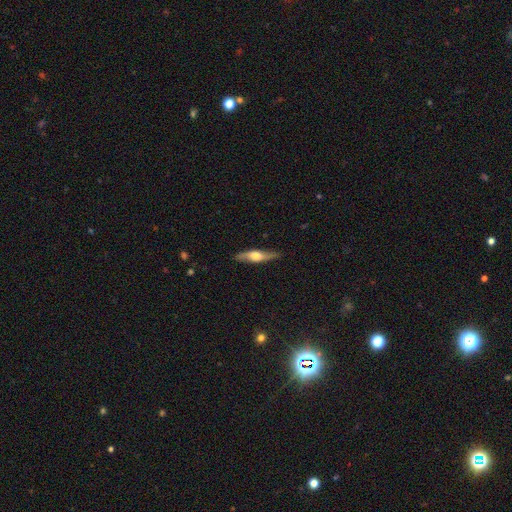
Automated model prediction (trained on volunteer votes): Overall: featured or disk (58%; smooth 37%). Edge-on disk: yes (86%). Merging: none (84%).